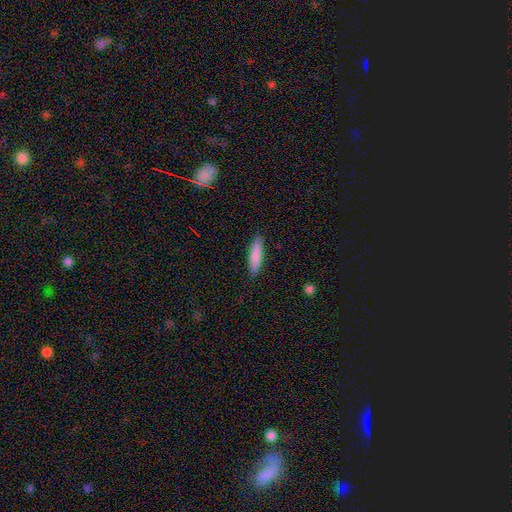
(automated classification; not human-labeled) Overall: smooth (85%). How rounded: cigar-shaped (73%). Merging: none (89%).